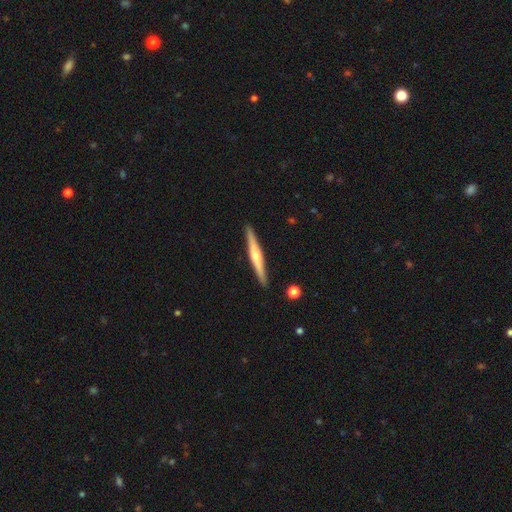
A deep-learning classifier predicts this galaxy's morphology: A featured or disk galaxy (63%) viewed edge-on (97%) with a rounded central bulge (76%).

Vote fractions:
- Smooth or featured? featured or disk: 63% / smooth: 31% / star or artifact: 5%
- Edge-on disk? yes: 97% / no: 3%
- Edge-on bulge? rounded: 76% / none: 17% / boxy: 7%
- Merging? none: 91% / minor disturbance: 6% / merger: 1% / major disturbance: 1%